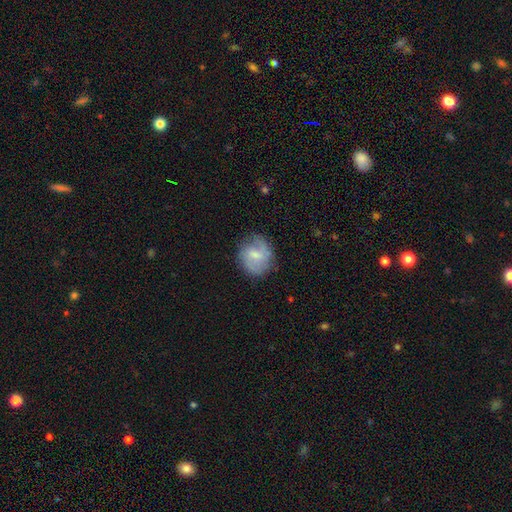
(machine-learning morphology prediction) This is possibly a featured or disk galaxy (55%). It is clearly not viewed edge-on (97%). Bar: possibly weak (58%). Spiral arm pattern: clearly yes (86%). Central bulge: possibly small (46%). Merging: likely none (71%).